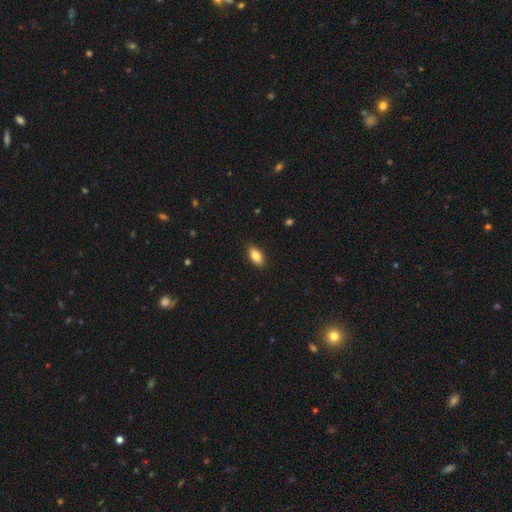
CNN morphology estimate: smooth 84%, featured or disk 8%, star or artifact 7%. Down the decision tree: how rounded — in between (90%); merging — none (87%).